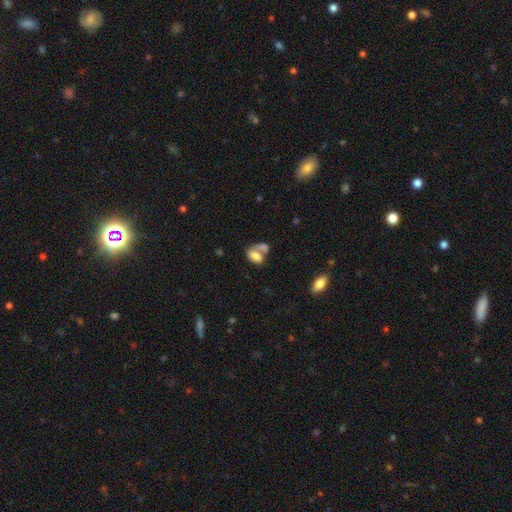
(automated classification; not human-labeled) The model was most divided on "merging": merger: 57%, none: 24%, major disturbance: 10%, minor disturbance: 9%. More confident: how rounded — in between (86%); smooth or featured — smooth (71%).